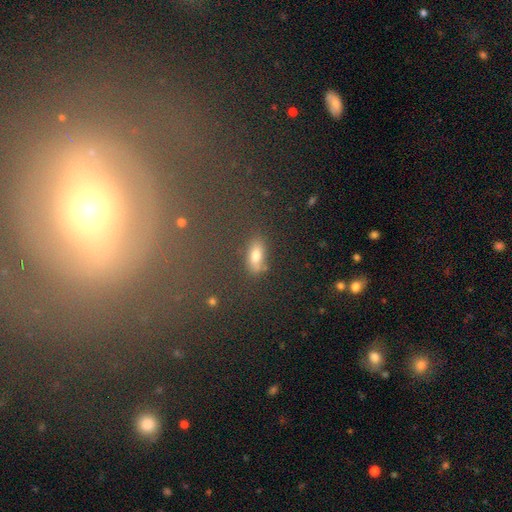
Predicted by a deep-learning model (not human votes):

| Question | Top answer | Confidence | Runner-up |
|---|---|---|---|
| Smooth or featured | smooth | 72% | star or artifact (14%) |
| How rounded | in between | 78% | cigar-shaped (16%) |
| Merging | none | 75% | minor disturbance (13%) |